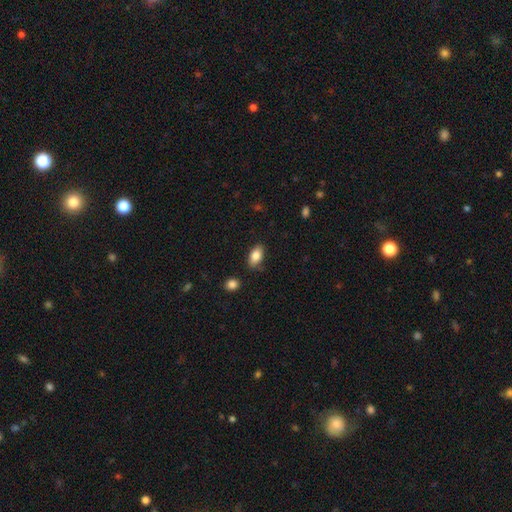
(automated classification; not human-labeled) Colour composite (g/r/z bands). It shows a smooth galaxy with no disk features (84%) that is in between round and cigar-shaped (91%). Merging: none (80%).